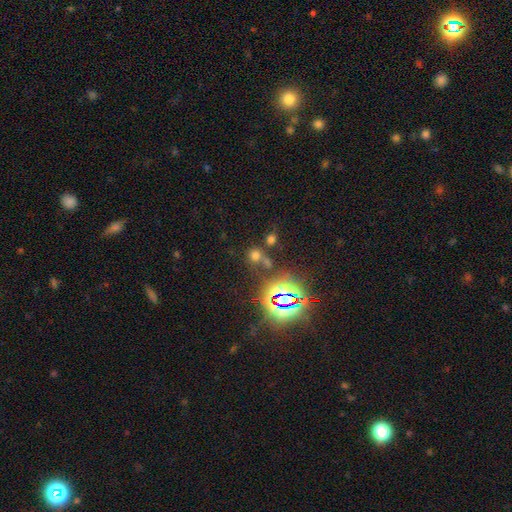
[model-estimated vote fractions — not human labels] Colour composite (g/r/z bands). It shows a smooth galaxy with no disk features (51%) that is round (83%). Merging: none (61%).